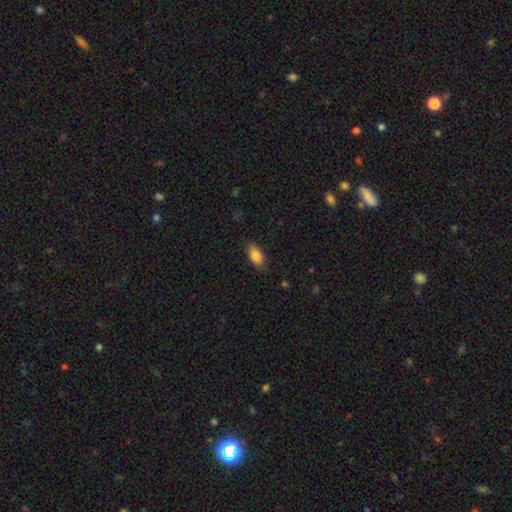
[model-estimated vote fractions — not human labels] This appears to be a smooth galaxy with no disk features (84%) that is in between round and cigar-shaped (87%). Merging: none (79%).